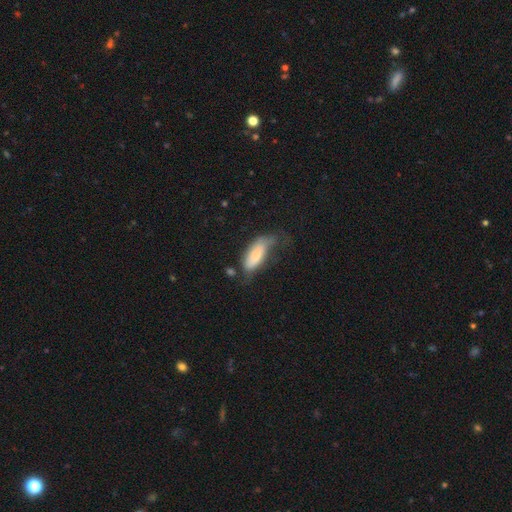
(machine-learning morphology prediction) A smooth galaxy with no disk features (71%) that is in between round and cigar-shaped (78%). Merging: minor disturbance (35%).